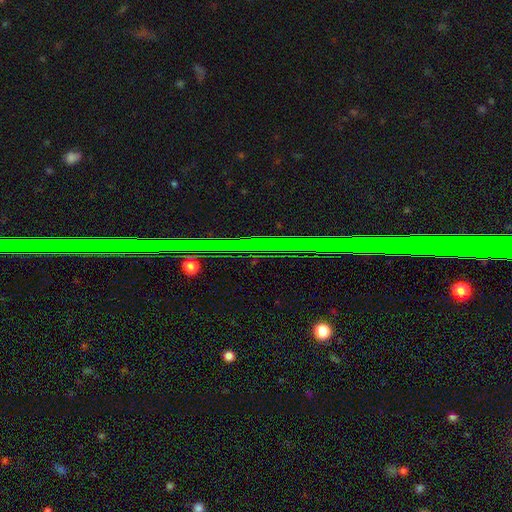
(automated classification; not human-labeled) smooth_or_featured: star or artifact (p=0.85) [alt: featured or disk p=0.08]